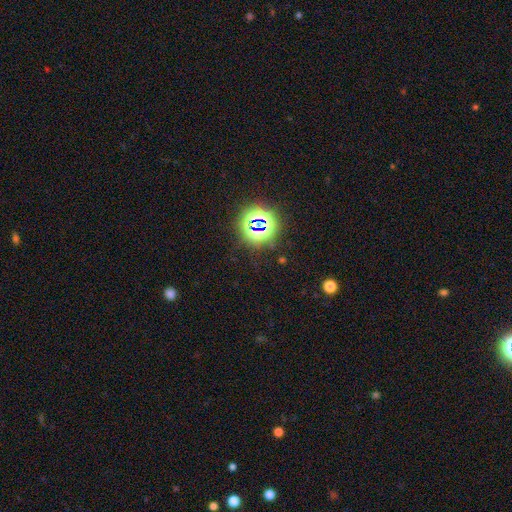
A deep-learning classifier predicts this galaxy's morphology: type=star or artifact (80%).